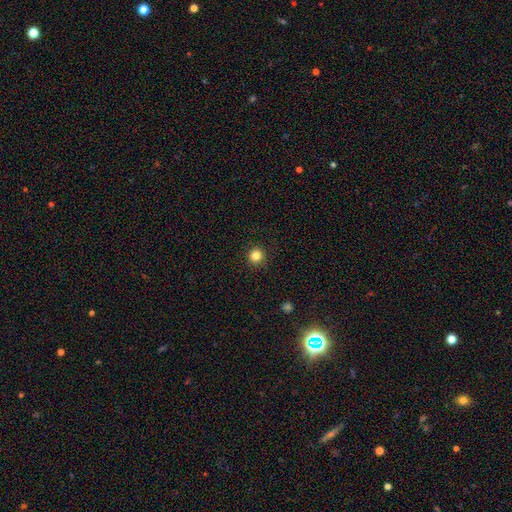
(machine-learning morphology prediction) smooth-or-featured: smooth: 85% | star or artifact: 11% | featured or disk: 4%
  how-rounded: round: 94% | in between: 5% | cigar-shaped: 1%
  merging: none: 92% | minor disturbance: 5% | major disturbance: 2% | merger: 1%